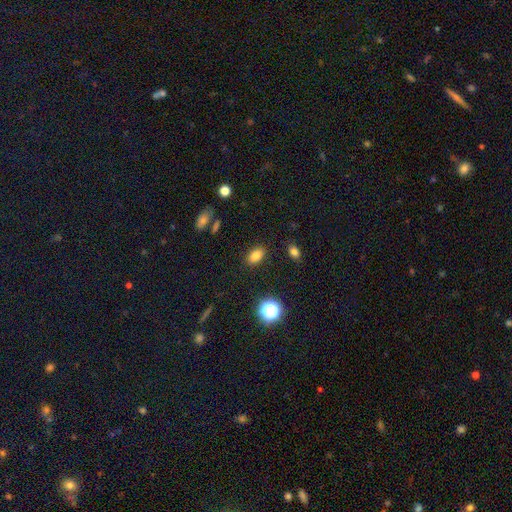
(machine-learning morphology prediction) Smooth or featured? smooth (81%)
How rounded? in between (87%)
Merging? none (87%)